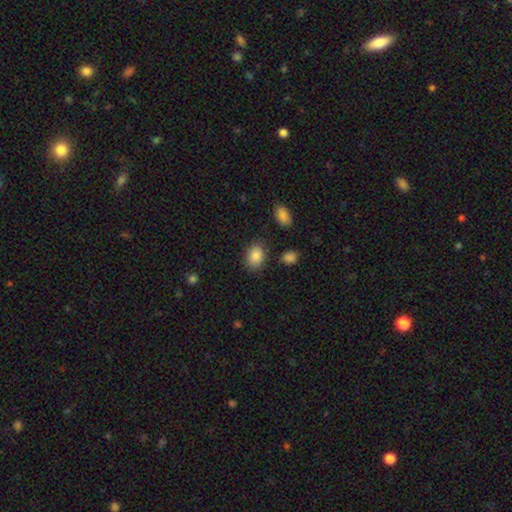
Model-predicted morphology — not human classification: smooth_or_featured: smooth (p=0.86) [alt: star or artifact p=0.08]
how_rounded: in between (p=0.73) [alt: round p=0.25]
merging: none (p=0.81) [alt: minor disturbance p=0.12]